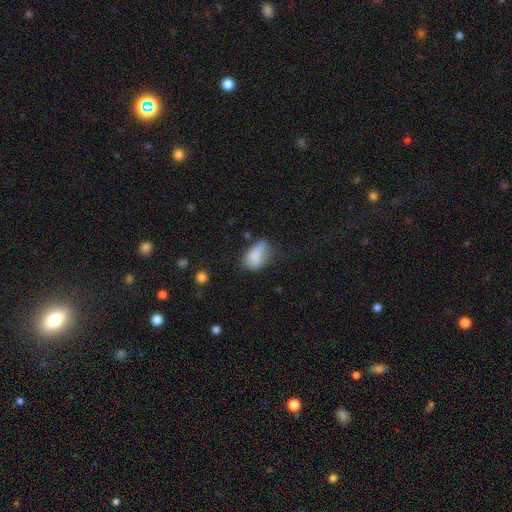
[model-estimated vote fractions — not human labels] Smooth or featured?
  - smooth: 80% *
  - featured or disk: 11%
  - star or artifact: 9%
How rounded?
  - in between: 88% *
  - round: 10%
  - cigar-shaped: 2%
Merging?
  - none: 38% *
  - minor disturbance: 37%
  - major disturbance: 19%
  - merger: 6%